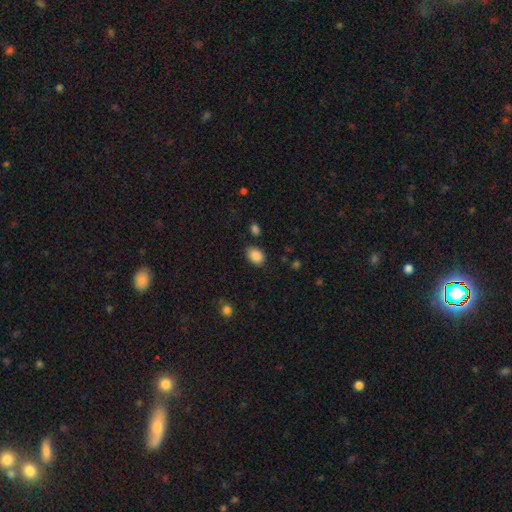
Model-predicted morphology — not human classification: A smooth galaxy with no disk features (87%) that is in between round and cigar-shaped (73%). Merging: none (80%).